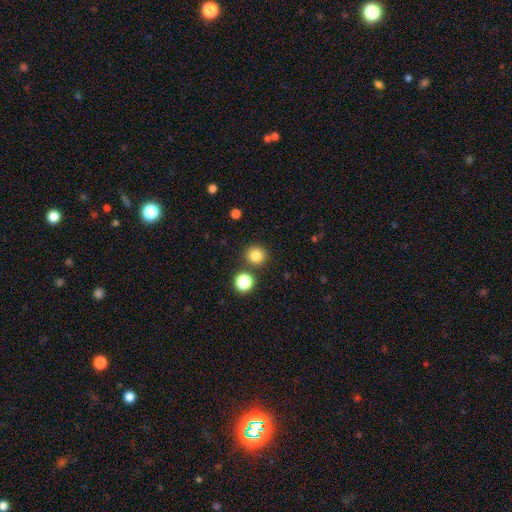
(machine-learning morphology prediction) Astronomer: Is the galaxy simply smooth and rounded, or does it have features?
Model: smooth — 82%.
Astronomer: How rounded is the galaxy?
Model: round — 92%.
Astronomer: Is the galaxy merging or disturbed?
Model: none — 85%.